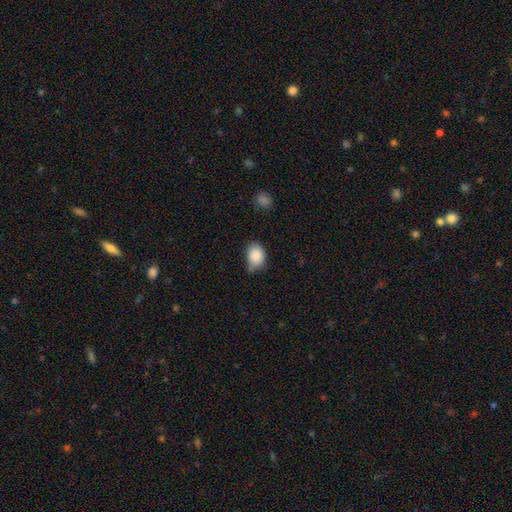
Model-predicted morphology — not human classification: Smooth or featured?
  - smooth: 87% *
  - star or artifact: 8%
  - featured or disk: 5%
How rounded?
  - in between: 70% *
  - round: 29%
  - cigar-shaped: 1%
Merging?
  - none: 57% *
  - minor disturbance: 32%
  - major disturbance: 6%
  - merger: 5%